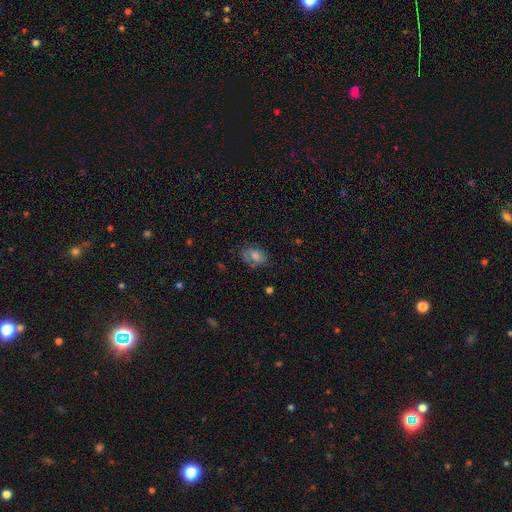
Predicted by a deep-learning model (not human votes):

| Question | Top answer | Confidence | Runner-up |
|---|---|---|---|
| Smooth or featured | smooth | 61% | featured or disk (28%) |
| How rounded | in between | 83% | round (15%) |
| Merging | none | 63% | minor disturbance (25%) |